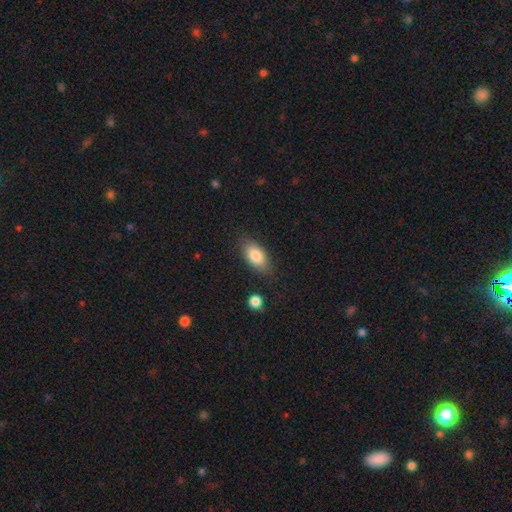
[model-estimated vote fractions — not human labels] Smooth or featured? Predicted: smooth (p=0.81). How rounded? Predicted: in between (p=0.89). Merging? Predicted: none (p=0.80).